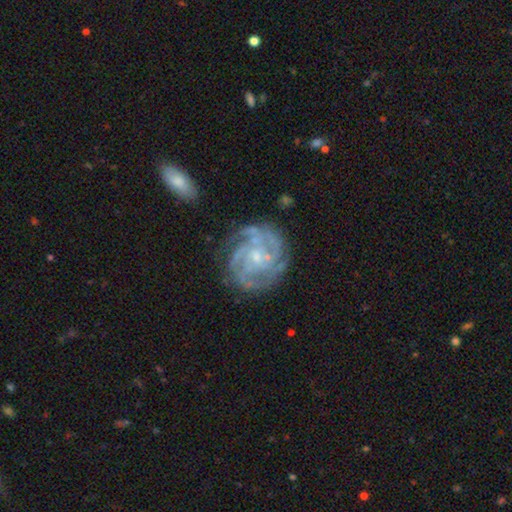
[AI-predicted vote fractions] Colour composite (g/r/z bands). It shows a featured or disk galaxy (88%) with no bar (65%), 3 (28%) tight (70%) spiral arms (97%) and a small central bulge (72%). Merging: none (75%).